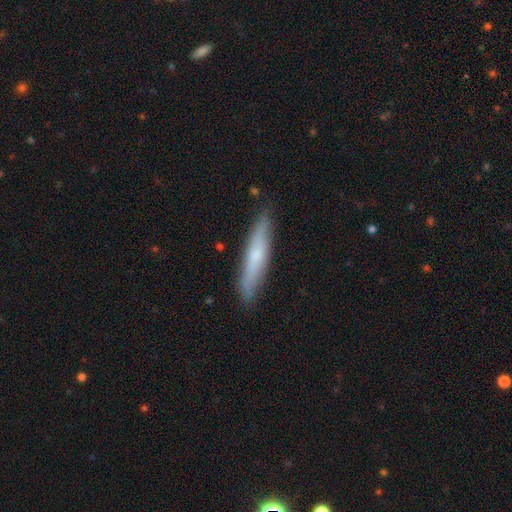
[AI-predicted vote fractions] Morphology: type=smooth (57%); roundness=cigar-shaped (91%); merging=none (86%).